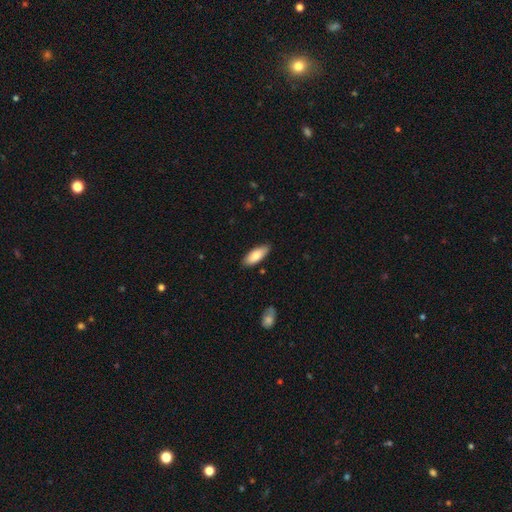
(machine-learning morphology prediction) The model was most divided on "how rounded": in between: 76%, cigar-shaped: 22%, round: 2%. More confident: merging — none (84%); smooth or featured — smooth (80%).